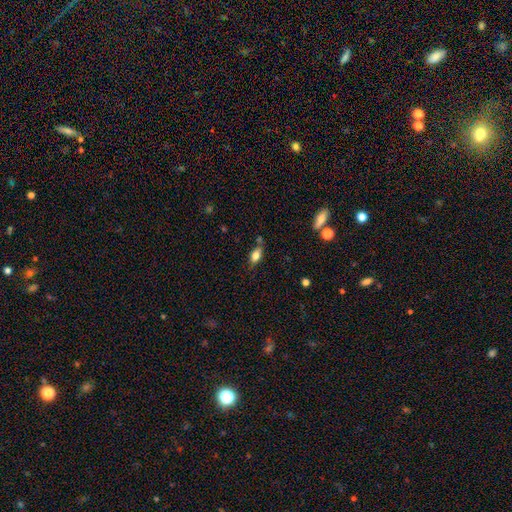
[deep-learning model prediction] This appears to be a smooth galaxy with no disk features (78%) that is in between round and cigar-shaped (86%). Merging: none (64%).